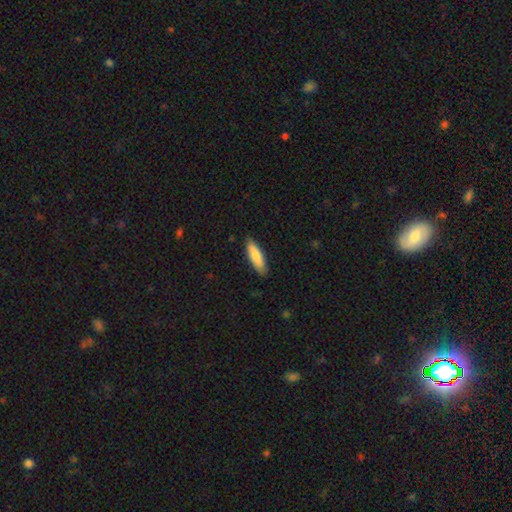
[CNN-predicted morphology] A smooth galaxy with no disk features (82%) that is cigar-shaped (56%).

Vote fractions:
- Smooth or featured? smooth: 82% / featured or disk: 13% / star or artifact: 5%
- How rounded? cigar-shaped: 56% / in between: 42% / round: 1%
- Merging? none: 86% / minor disturbance: 11% / major disturbance: 2% / merger: 1%